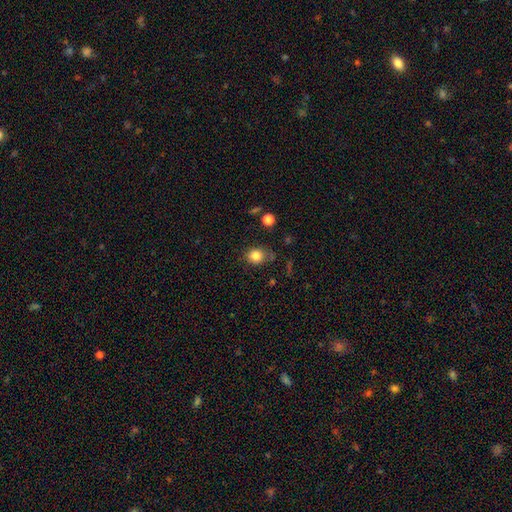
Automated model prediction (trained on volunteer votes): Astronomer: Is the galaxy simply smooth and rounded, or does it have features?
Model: smooth — 83%.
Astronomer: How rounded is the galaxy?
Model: round — 71%.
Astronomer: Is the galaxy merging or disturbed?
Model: none — 76%.